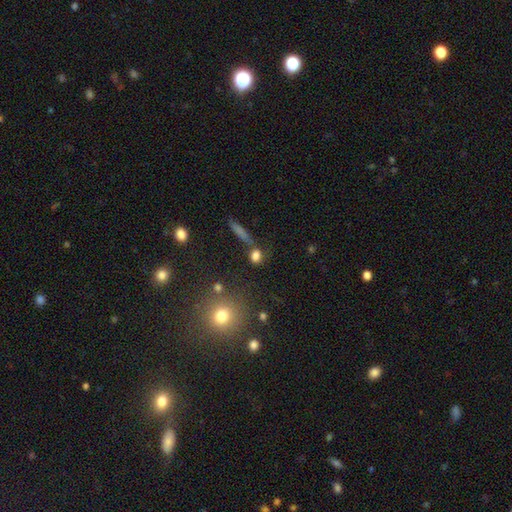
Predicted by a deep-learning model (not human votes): Smooth or featured? smooth (76%)
How rounded? round (56%)
Merging? none (65%)